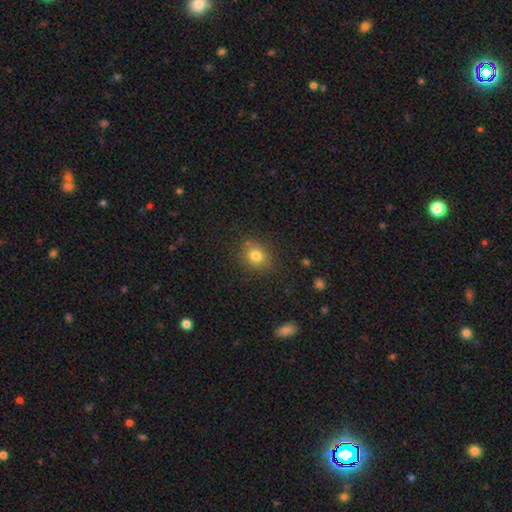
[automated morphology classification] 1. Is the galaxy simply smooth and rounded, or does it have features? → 79% smooth, 13% star or artifact, 8% featured or disk.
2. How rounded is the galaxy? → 73% round, 26% in between, 1% cigar-shaped.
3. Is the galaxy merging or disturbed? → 81% none, 12% minor disturbance, 3% major disturbance, 3% merger.